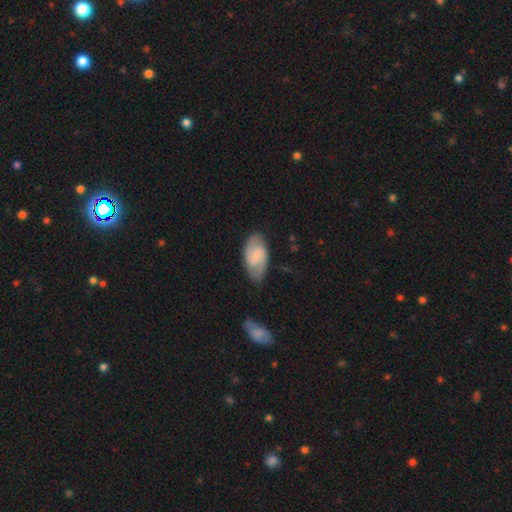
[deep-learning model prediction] Smooth or featured: featured or disk — 61% (smooth — 33%)
Edge-on disk: no — 96% (yes — 4%)
Bar: weak — 52% (no — 34%)
Spiral arms: yes — 92% (no — 8%)
Spiral winding: medium — 49% (tight — 30%)
Spiral arm count: 2 — 86% (can't tell — 8%)
Bulge size: small — 47% (none — 34%)
Merging: none — 76% (minor disturbance — 17%)